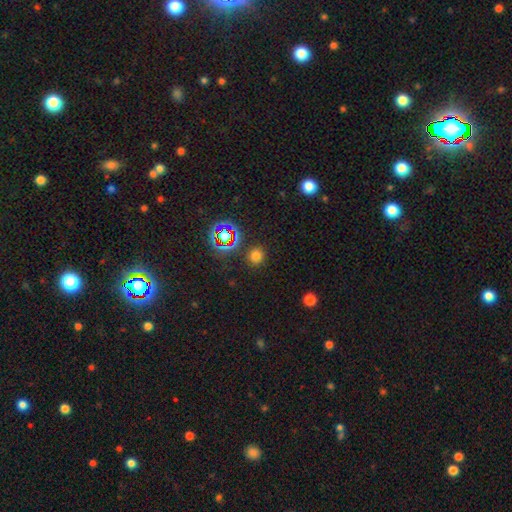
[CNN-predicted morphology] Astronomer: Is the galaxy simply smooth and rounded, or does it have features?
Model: smooth — 68%.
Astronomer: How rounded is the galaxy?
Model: round — 88%.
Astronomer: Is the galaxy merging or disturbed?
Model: none — 86%.